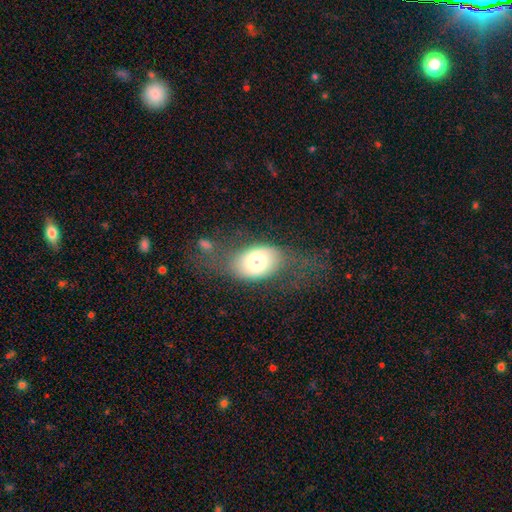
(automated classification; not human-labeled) Overall: smooth (65%; featured or disk 27%). How rounded: in between (82%). Merging: none (48%; major disturbance 25%).